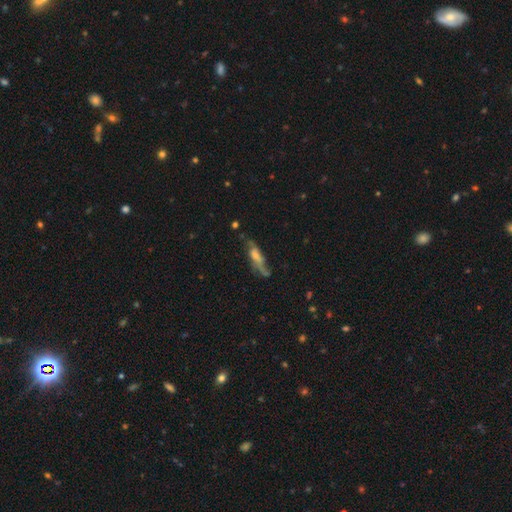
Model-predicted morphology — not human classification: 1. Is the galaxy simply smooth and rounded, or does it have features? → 57% featured or disk, 33% smooth, 10% star or artifact.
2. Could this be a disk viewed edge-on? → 58% yes, 42% no.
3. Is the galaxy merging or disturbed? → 52% none, 27% minor disturbance, 16% major disturbance, 5% merger.